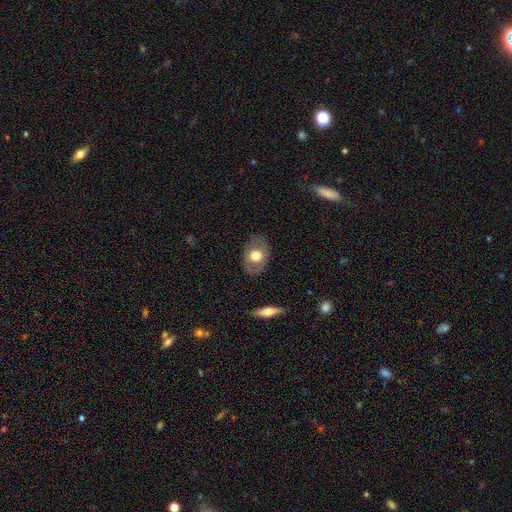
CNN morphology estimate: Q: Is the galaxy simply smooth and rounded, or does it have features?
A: smooth — 57%.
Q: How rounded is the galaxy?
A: in between — 73%.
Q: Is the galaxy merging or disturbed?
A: none — 82%.